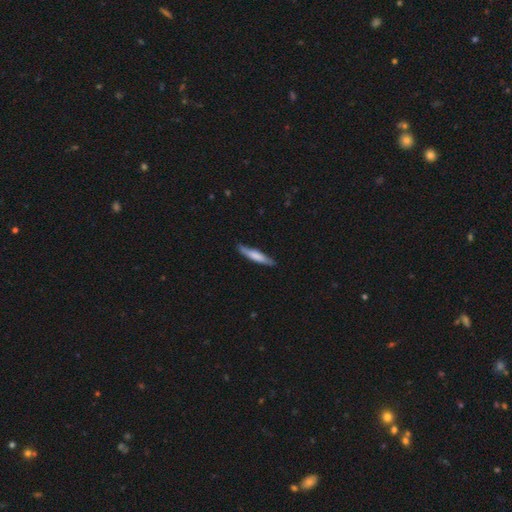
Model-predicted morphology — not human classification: Smooth or featured? smooth (65%)
How rounded? cigar-shaped (90%)
Merging? none (82%)